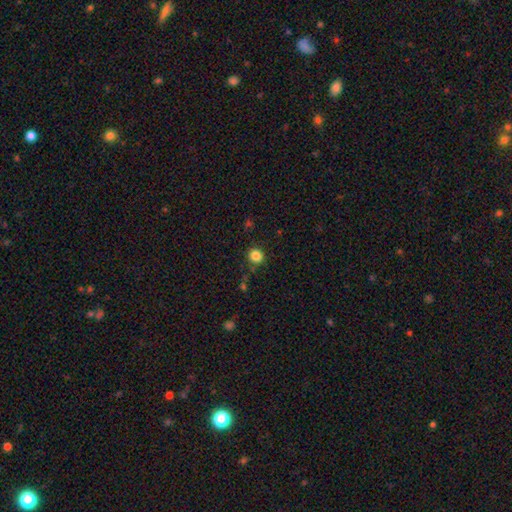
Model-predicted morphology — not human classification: Q: Smooth or featured?
A: smooth (84%); runner-up: star or artifact (12%)
Q: How rounded?
A: round (87%); runner-up: in between (12%)
Q: Merging?
A: none (84%); runner-up: minor disturbance (10%)